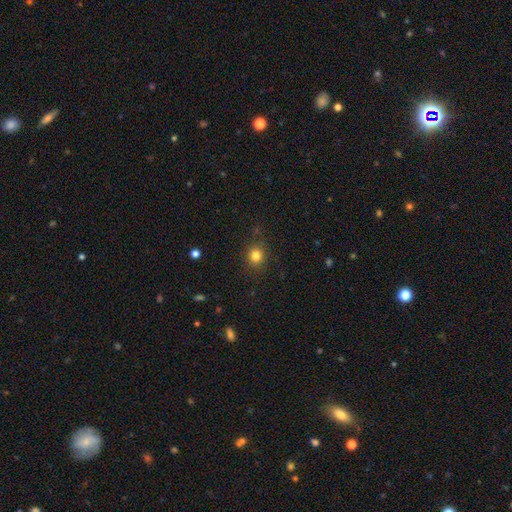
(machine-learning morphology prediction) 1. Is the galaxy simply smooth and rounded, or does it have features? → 82% smooth, 13% star or artifact, 6% featured or disk.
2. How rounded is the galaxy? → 81% round, 18% in between, 1% cigar-shaped.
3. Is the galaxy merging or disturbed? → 86% none, 9% minor disturbance, 3% major disturbance, 1% merger.